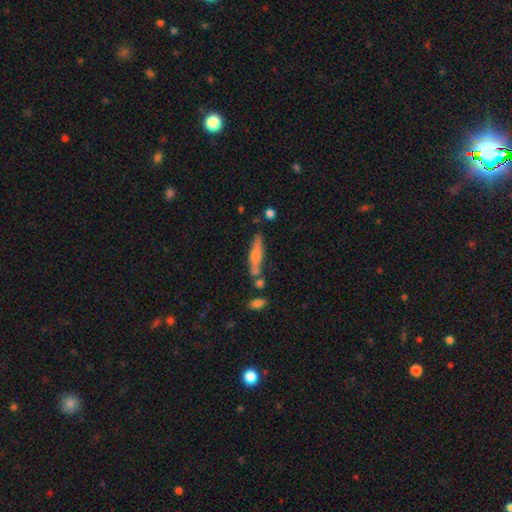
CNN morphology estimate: type=smooth (54%); roundness=cigar-shaped (80%); merging=none (68%).